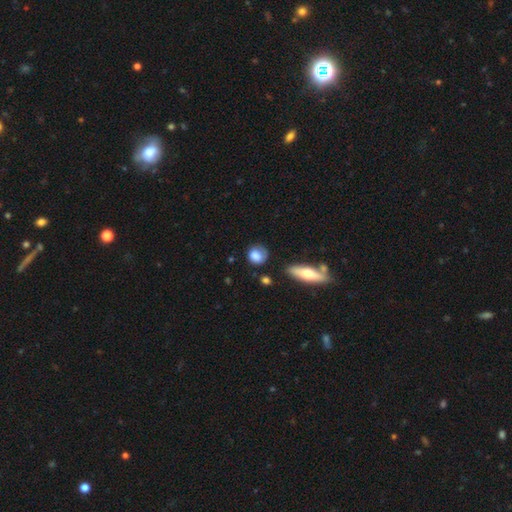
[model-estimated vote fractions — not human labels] Smooth or featured? smooth (79%)
How rounded? round (73%)
Merging? none (58%)